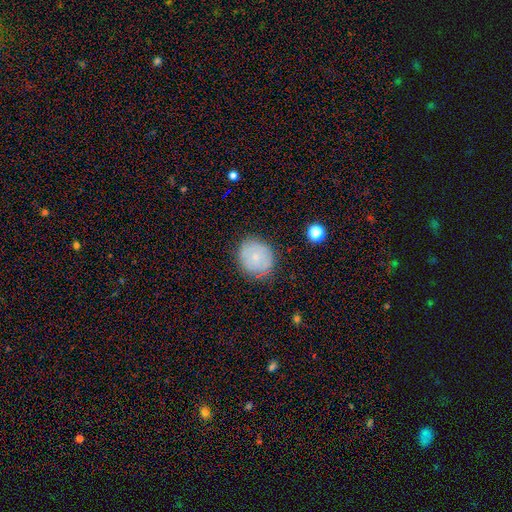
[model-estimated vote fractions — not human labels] Smooth or featured? smooth (63%)
How rounded? round (75%)
Merging? none (79%)